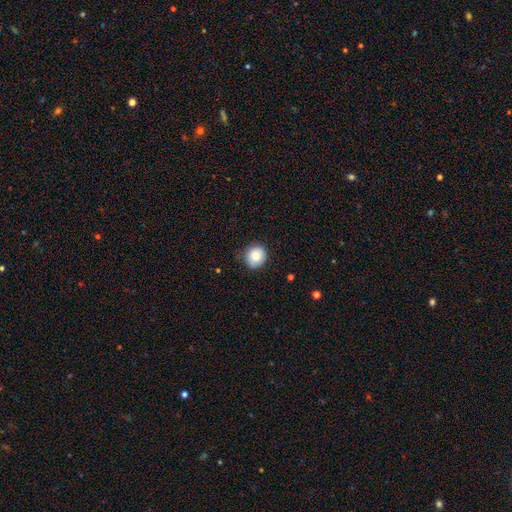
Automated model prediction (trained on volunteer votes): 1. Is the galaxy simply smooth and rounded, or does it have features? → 79% smooth, 12% featured or disk, 9% star or artifact.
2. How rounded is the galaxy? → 84% round, 15% in between, 1% cigar-shaped.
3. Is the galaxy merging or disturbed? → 84% none, 12% minor disturbance, 3% major disturbance, 1% merger.